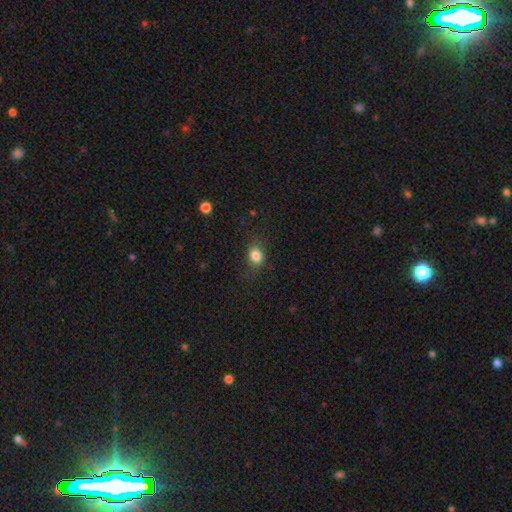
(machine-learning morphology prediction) Smooth or featured?
  - smooth: 83% *
  - star or artifact: 11%
  - featured or disk: 6%
How rounded?
  - in between: 55% *
  - round: 44%
  - cigar-shaped: 1%
Merging?
  - none: 76% *
  - minor disturbance: 17%
  - major disturbance: 6%
  - merger: 1%